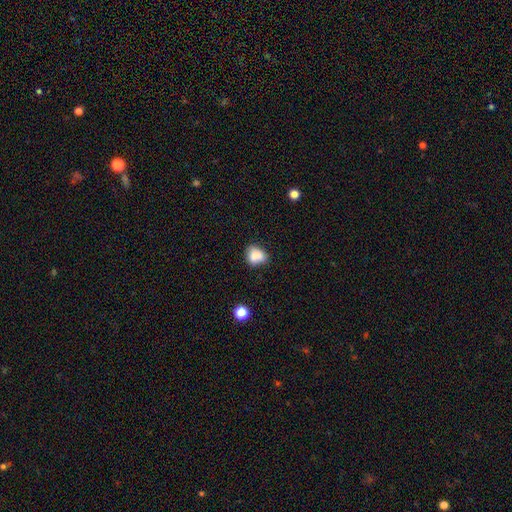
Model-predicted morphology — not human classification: smooth_or_featured: smooth (p=0.76) [alt: featured or disk p=0.14]
how_rounded: in between (p=0.56) [alt: round p=0.42]
merging: none (p=0.39) [alt: minor disturbance p=0.26]